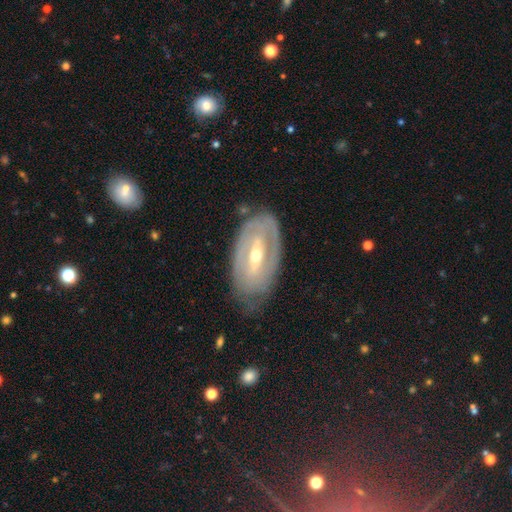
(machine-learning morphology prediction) The model was most divided on "bulge size": moderate: 52%, small: 44%, large: 2%, none: 1%, dominant: 1%. Remaining: edge-on disk — no (91%); smooth or featured — featured or disk (79%); merging — none (69%); spiral arms — yes (65%); bar — strong (45%).